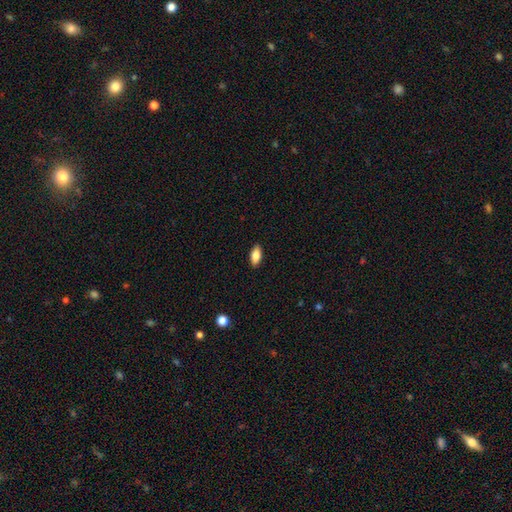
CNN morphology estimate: smooth_or_featured: smooth (p=0.80) [alt: featured or disk p=0.13]
how_rounded: in between (p=0.87) [alt: cigar-shaped p=0.10]
merging: none (p=0.90) [alt: minor disturbance p=0.08]